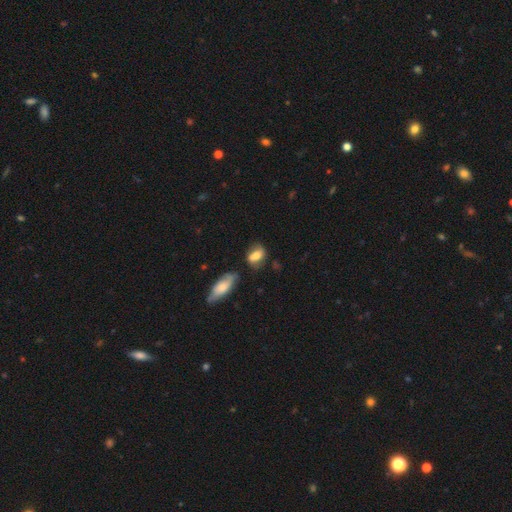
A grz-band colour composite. It shows a smooth galaxy with no disk features (86%) that is in between round and cigar-shaped (77%). Merging: none (71%).